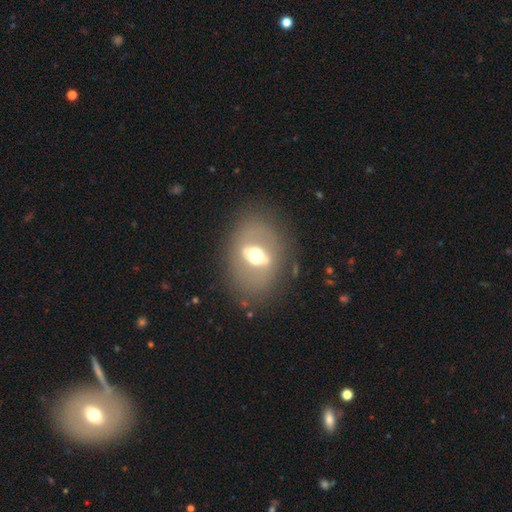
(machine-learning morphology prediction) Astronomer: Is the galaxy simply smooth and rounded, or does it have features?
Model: featured or disk — 64%.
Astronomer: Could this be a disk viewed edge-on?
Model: no — 69%.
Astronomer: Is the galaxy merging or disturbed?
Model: none — 79%.